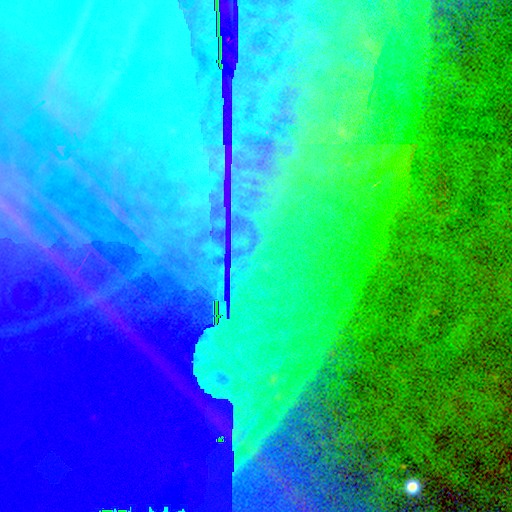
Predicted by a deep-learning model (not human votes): This is clearly a star or artifact rather than a galaxy (85%).